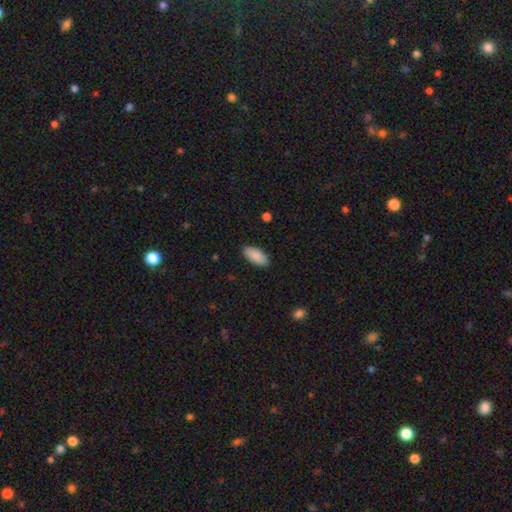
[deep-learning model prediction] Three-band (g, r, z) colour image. It shows a smooth galaxy with no disk features (90%) that is in between round and cigar-shaped (92%). Merging: none (88%).